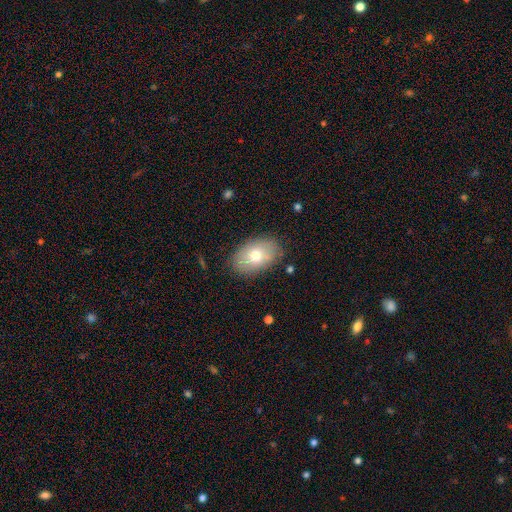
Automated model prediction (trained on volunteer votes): Q: Smooth or featured?
A: smooth (72%); runner-up: featured or disk (20%)
Q: How rounded?
A: in between (88%); runner-up: round (11%)
Q: Merging?
A: none (84%); runner-up: minor disturbance (12%)